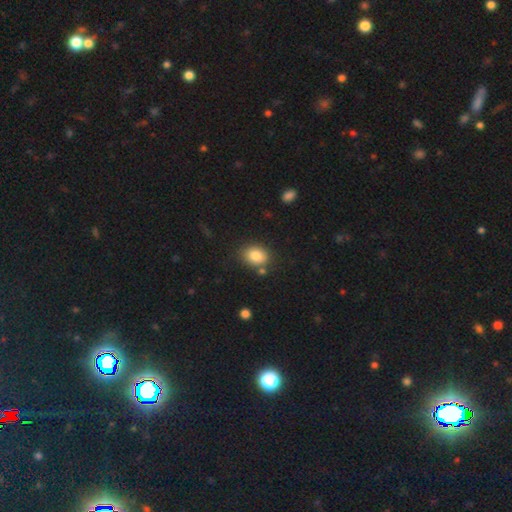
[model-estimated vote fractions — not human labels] Morphology: type=smooth (84%); roundness=in between (62%); merging=none (77%).